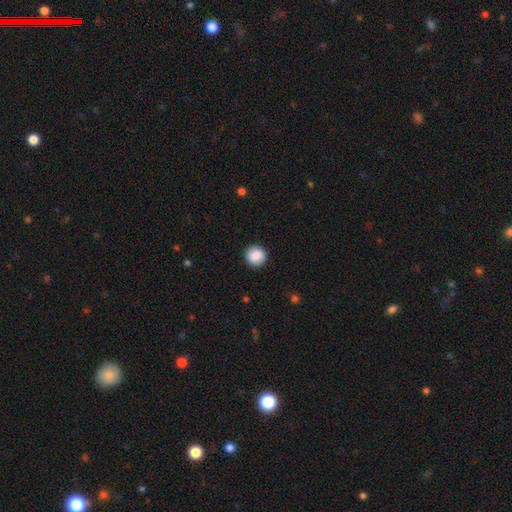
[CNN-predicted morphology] smooth-or-featured: smooth: 87% | star or artifact: 8% | featured or disk: 5%
  how-rounded: round: 95% | in between: 4% | cigar-shaped: 1%
  merging: none: 92% | minor disturbance: 6% | major disturbance: 2% | merger: 1%